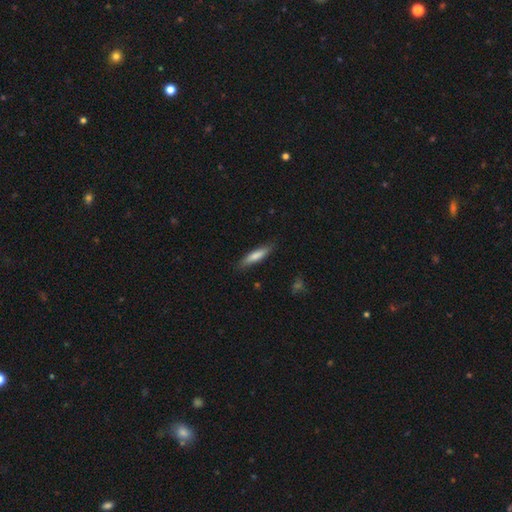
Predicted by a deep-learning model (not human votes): Morphology: type=smooth (77%); roundness=cigar-shaped (82%); merging=none (85%).